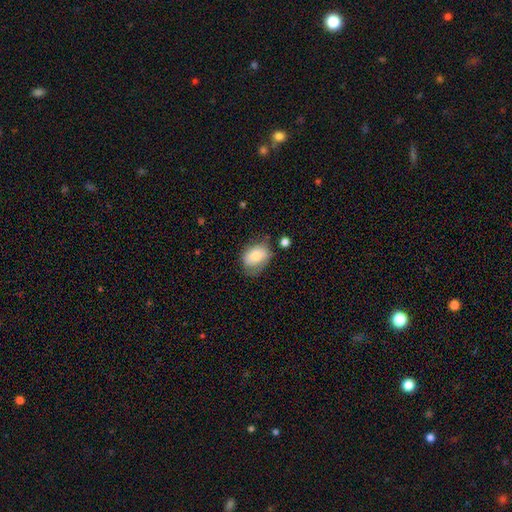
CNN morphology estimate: A smooth galaxy with no disk features (72%) that is in between round and cigar-shaped (72%).

Vote fractions:
- Smooth or featured? smooth: 72% / featured or disk: 20% / star or artifact: 8%
- How rounded? in between: 72% / round: 27% / cigar-shaped: 1%
- Merging? none: 55% / minor disturbance: 30% / major disturbance: 11% / merger: 4%